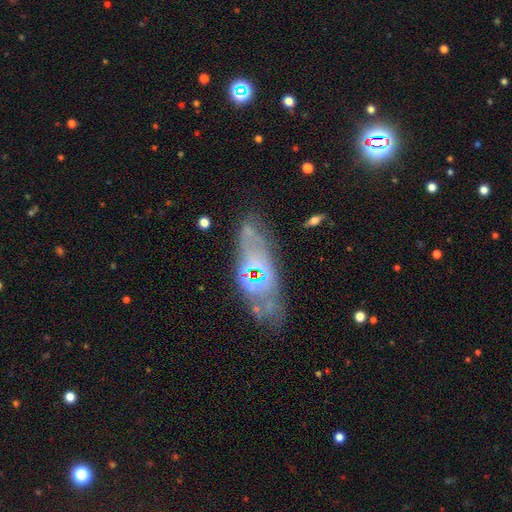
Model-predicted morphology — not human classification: The model was most divided on "smooth or featured": featured or disk: 63%, smooth: 23%, star or artifact: 15%. More confident: edge-on disk — no (75%); merging — none (70%).